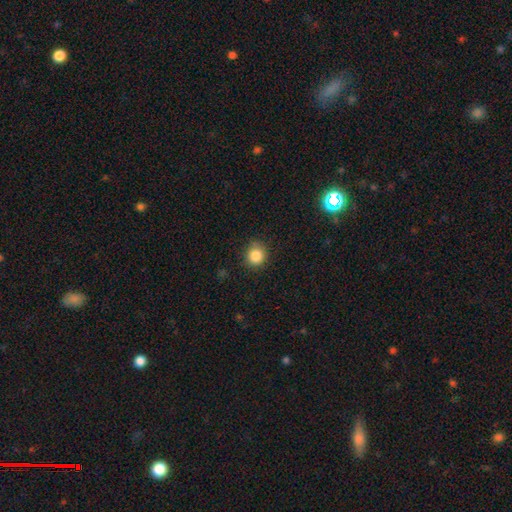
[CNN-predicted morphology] smooth 86%, star or artifact 10%, featured or disk 4%. Down the decision tree: how rounded — round (84%); merging — none (82%).